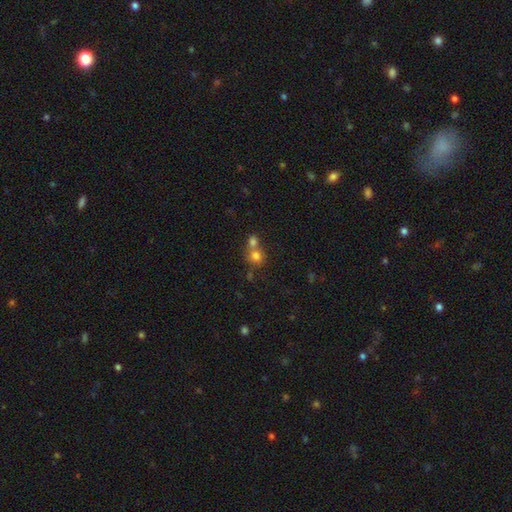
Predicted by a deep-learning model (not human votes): Smooth or featured?
  - smooth: 76% *
  - star or artifact: 13%
  - featured or disk: 10%
How rounded?
  - round: 83% *
  - in between: 16%
  - cigar-shaped: 1%
Merging?
  - merger: 49% *
  - none: 41%
  - minor disturbance: 6%
  - major disturbance: 3%